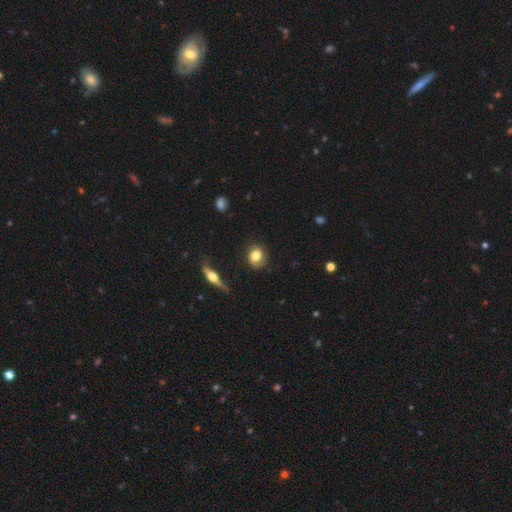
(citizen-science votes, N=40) smooth_or_featured: smooth (p=0.78) [alt: featured or disk p=0.20]
how_rounded: round (p=0.81) [alt: in between p=0.19]
merging: none (p=0.77) [alt: minor disturbance p=0.18]